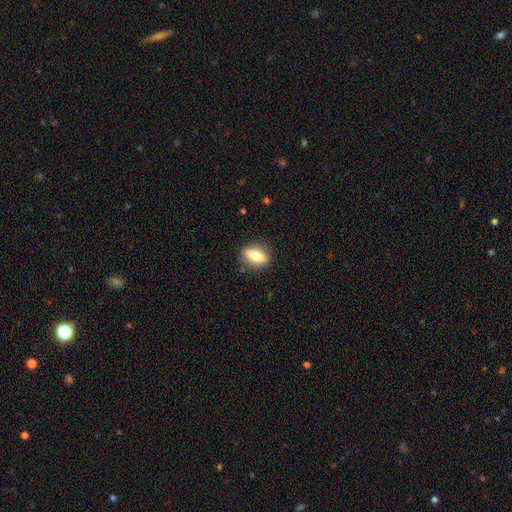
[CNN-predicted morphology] This appears to be a smooth galaxy with no disk features (69%) that is in between round and cigar-shaped (76%). Merging: none (83%).